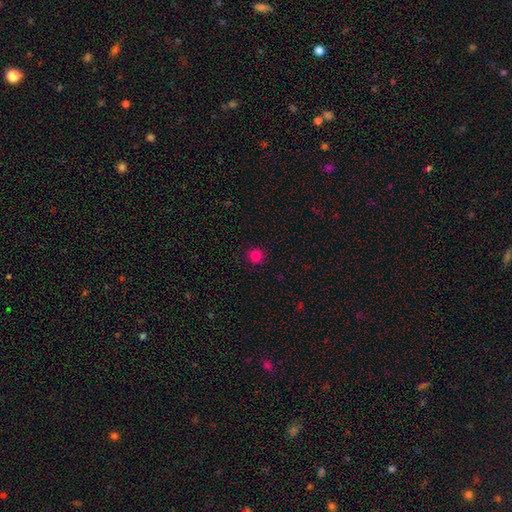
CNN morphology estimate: This appears to be a smooth galaxy with no disk features (81%) that is round (94%). Merging: none (92%).